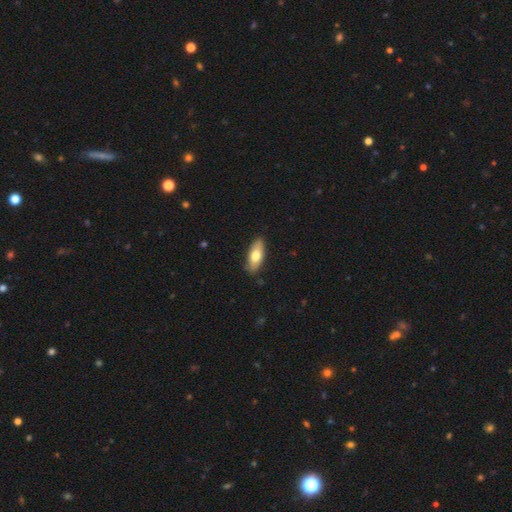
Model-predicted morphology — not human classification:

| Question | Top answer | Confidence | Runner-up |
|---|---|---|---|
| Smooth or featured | smooth | 72% | featured or disk (23%) |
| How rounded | in between | 78% | cigar-shaped (19%) |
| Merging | none | 86% | minor disturbance (11%) |